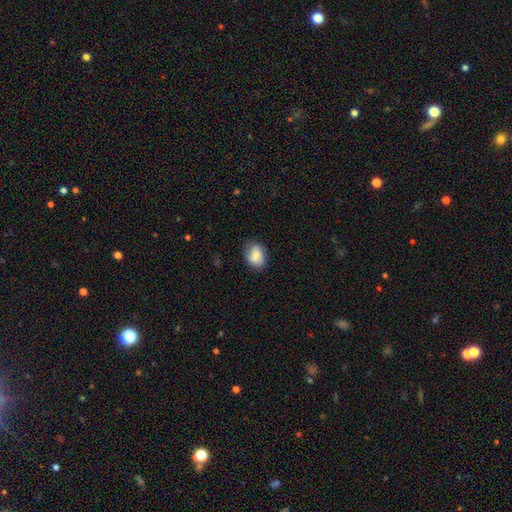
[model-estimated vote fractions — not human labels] Overall: smooth (77%). How rounded: in between (65%; round 34%). Merging: none (72%).